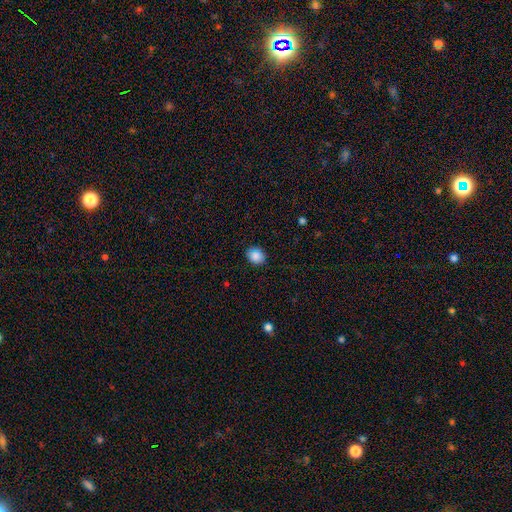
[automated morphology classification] Smooth or featured: smooth — 86% (star or artifact — 9%)
How rounded: round — 62% (in between — 37%)
Merging: none — 84% (minor disturbance — 13%)